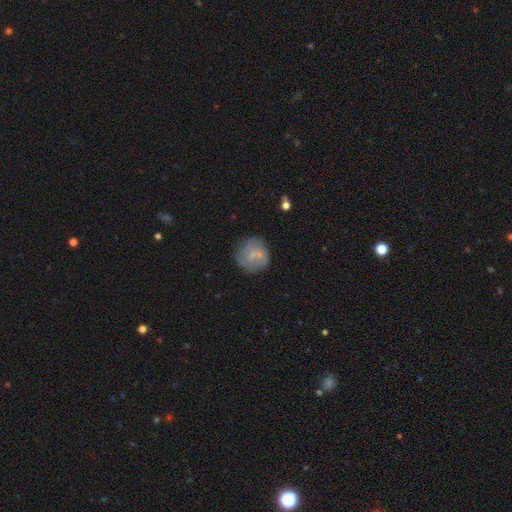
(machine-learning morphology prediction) Smooth or featured?
  - smooth: 56% *
  - featured or disk: 34%
  - star or artifact: 10%
How rounded?
  - round: 91% *
  - in between: 8%
  - cigar-shaped: 1%
Merging?
  - none: 73% *
  - minor disturbance: 16%
  - major disturbance: 6%
  - merger: 5%